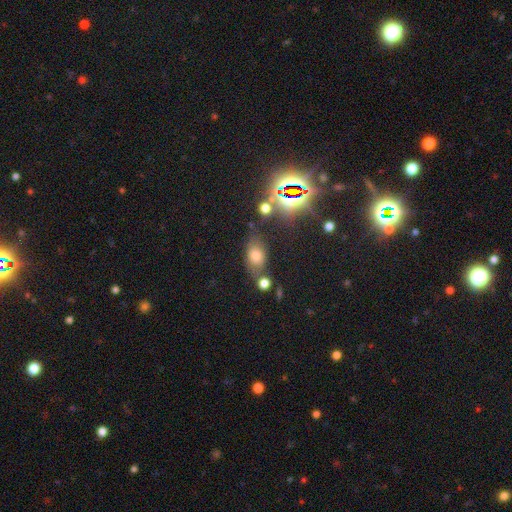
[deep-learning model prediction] This is likely a smooth galaxy (66%). How rounded: likely in between (78%). Merging: likely none (62%).